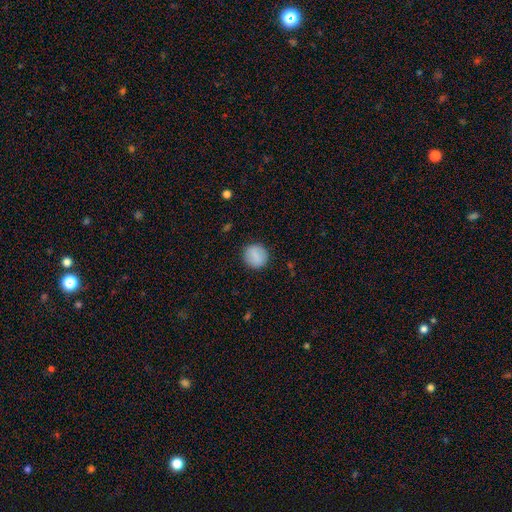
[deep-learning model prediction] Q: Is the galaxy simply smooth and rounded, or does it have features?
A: smooth — 83%.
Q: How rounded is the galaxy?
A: round — 88%.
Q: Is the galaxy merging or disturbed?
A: none — 89%.